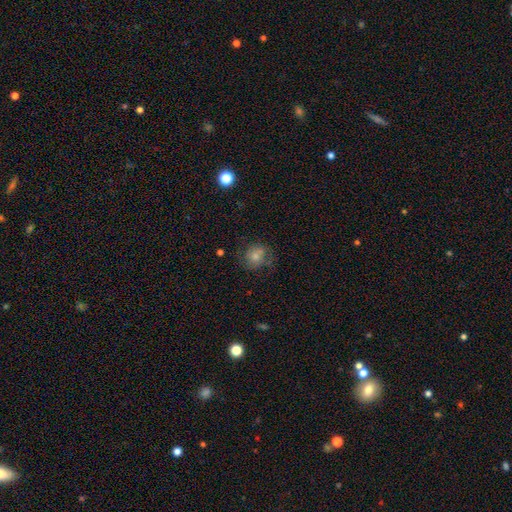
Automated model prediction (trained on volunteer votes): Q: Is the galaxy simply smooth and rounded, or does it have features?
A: smooth — 47%.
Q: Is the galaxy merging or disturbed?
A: none — 70%.